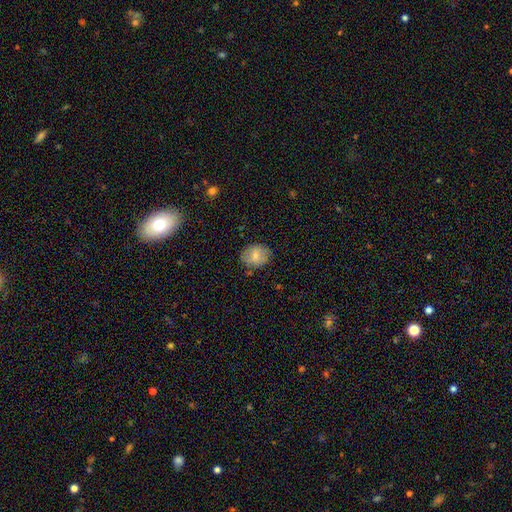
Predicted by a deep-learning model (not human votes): Morphology: type=smooth (75%); roundness=round (56%); merging=none (82%).